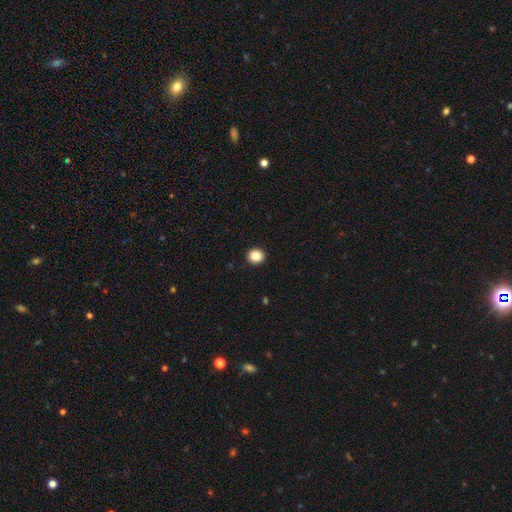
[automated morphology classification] This appears to be a smooth galaxy with no disk features (87%) that is round (84%). Merging: none (93%).